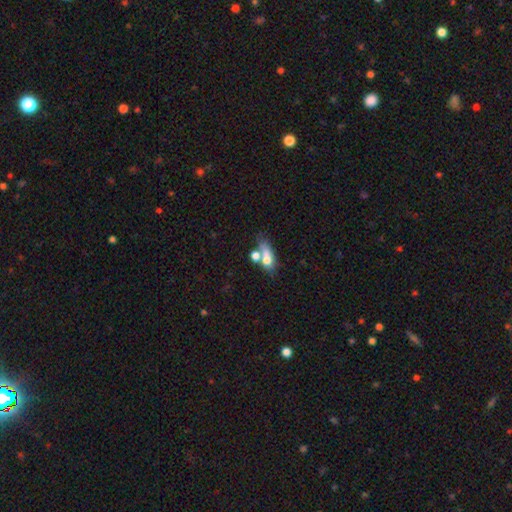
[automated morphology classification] Overall: smooth (66%). How rounded: in between (53%; round 33%). Merging: merger (50%; none 30%).